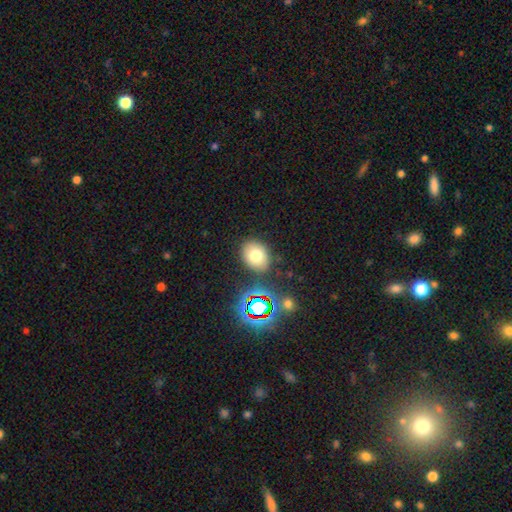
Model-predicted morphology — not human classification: Smooth or featured?
  - smooth: 73% *
  - star or artifact: 15%
  - featured or disk: 12%
How rounded?
  - in between: 58% *
  - round: 41%
  - cigar-shaped: 1%
Merging?
  - none: 83% *
  - minor disturbance: 10%
  - merger: 4%
  - major disturbance: 3%